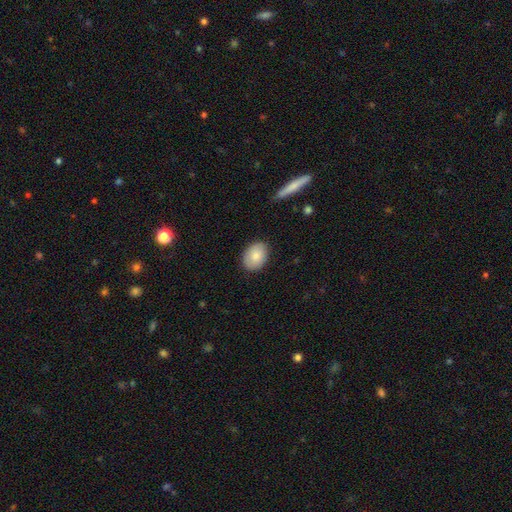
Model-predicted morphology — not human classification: type=smooth (82%); roundness=in between (67%); merging=none (82%).